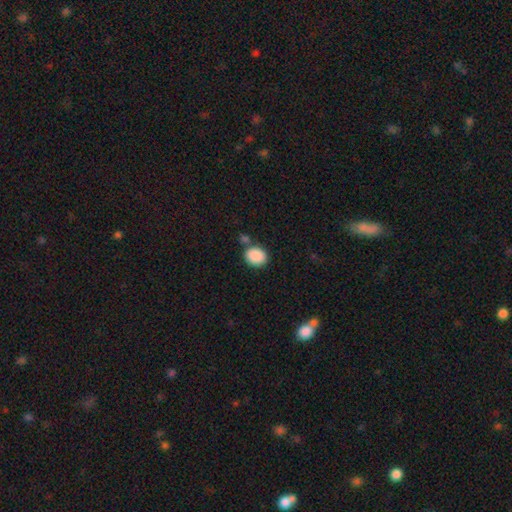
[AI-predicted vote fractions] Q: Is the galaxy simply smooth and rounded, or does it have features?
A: smooth — 89%.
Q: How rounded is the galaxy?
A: round — 51%.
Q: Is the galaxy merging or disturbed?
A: none — 68%.